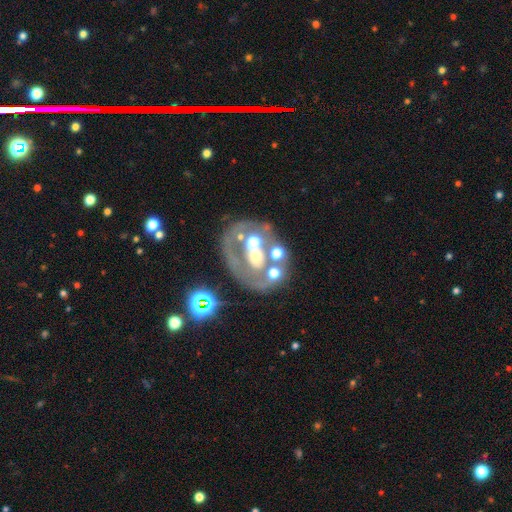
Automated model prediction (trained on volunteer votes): This is possibly a featured or disk galaxy (55%). It is clearly not viewed edge-on (96%). Bar: clearly no (86%). Spiral arm pattern: clearly no (88%). Central bulge: possibly moderate (53%). Merging: marginally none (45%).